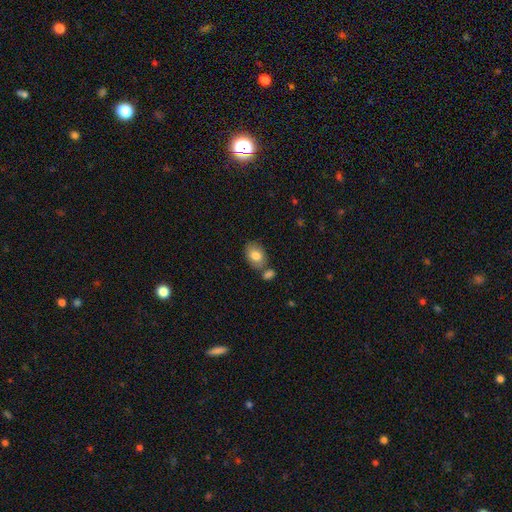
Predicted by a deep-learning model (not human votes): The model was most divided on "merging": none: 65%, merger: 18%, minor disturbance: 14%, major disturbance: 4%. More confident: smooth or featured — smooth (81%); how rounded — in between (77%).